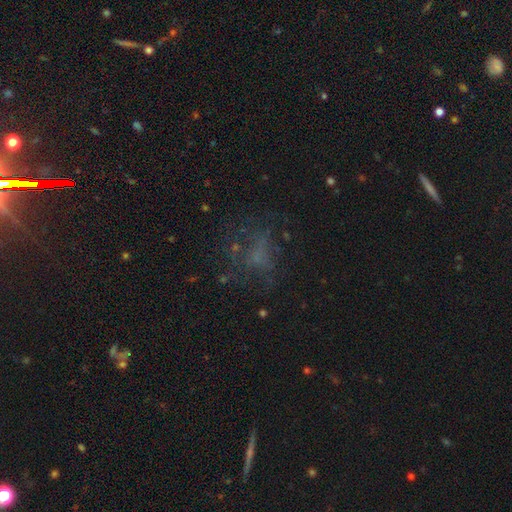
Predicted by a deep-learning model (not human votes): The model was most divided on "smooth or featured": star or artifact: 35%, smooth: 33%, featured or disk: 32%.